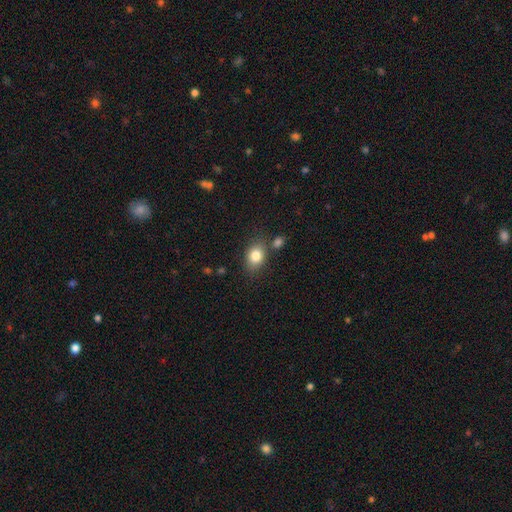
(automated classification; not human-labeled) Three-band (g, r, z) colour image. It shows a smooth galaxy with no disk features (82%) that is in between round and cigar-shaped (64%). Merging: none (73%).